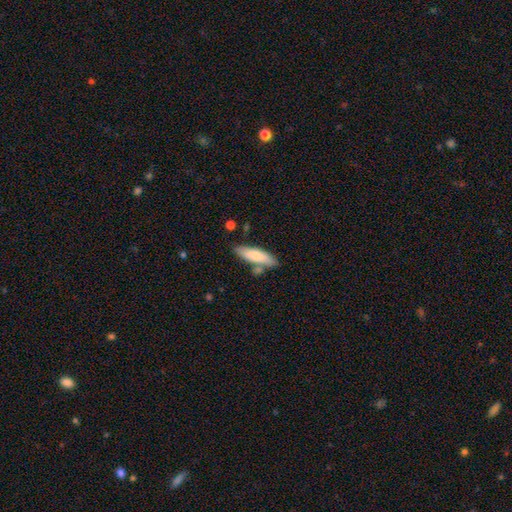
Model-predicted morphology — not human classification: type=smooth (73%); roundness=cigar-shaped (58%); merging=none (73%).